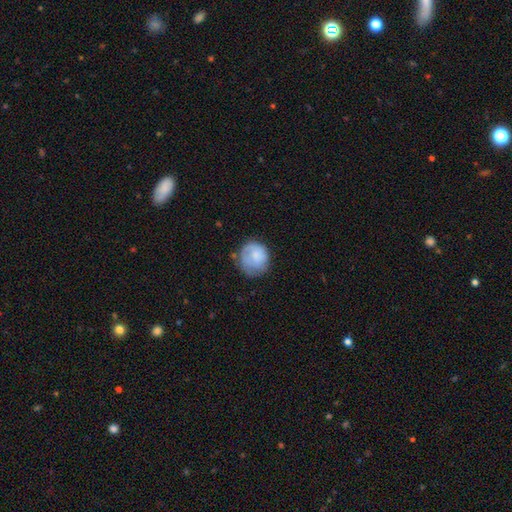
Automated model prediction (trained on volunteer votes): smooth-or-featured: smooth: 68% | featured or disk: 25% | star or artifact: 7%
  how-rounded: round: 78% | in between: 21% | cigar-shaped: 1%
  merging: none: 56% | minor disturbance: 28% | major disturbance: 14% | merger: 2%